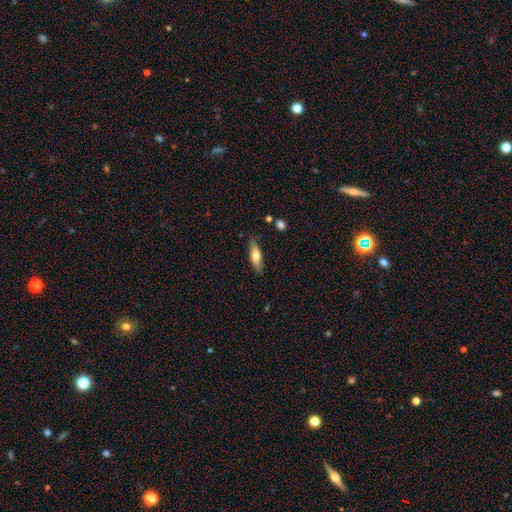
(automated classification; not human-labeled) Q: Smooth or featured?
A: smooth (64%); runner-up: featured or disk (30%)
Q: How rounded?
A: cigar-shaped (55%); runner-up: in between (43%)
Q: Merging?
A: none (83%); runner-up: minor disturbance (12%)